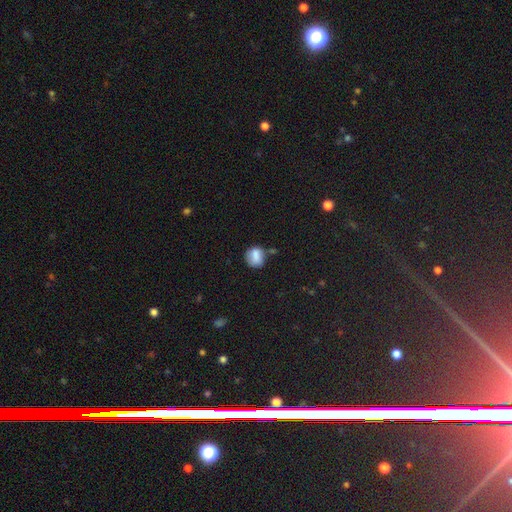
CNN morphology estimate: type=smooth (80%); roundness=round (69%); merging=none (58%).